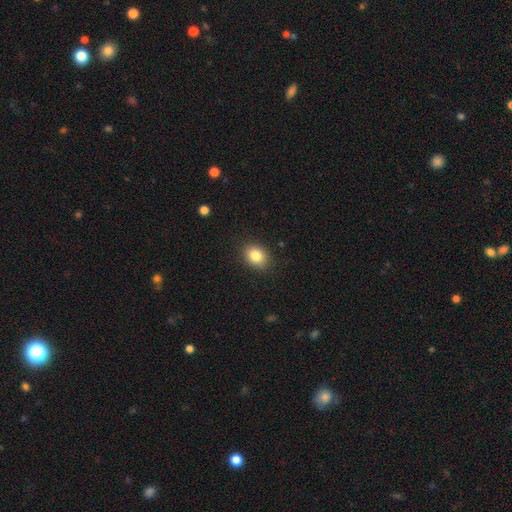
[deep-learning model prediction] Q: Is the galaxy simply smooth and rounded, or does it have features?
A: smooth — 84%.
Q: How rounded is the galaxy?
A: in between — 55%.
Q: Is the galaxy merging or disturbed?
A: none — 88%.